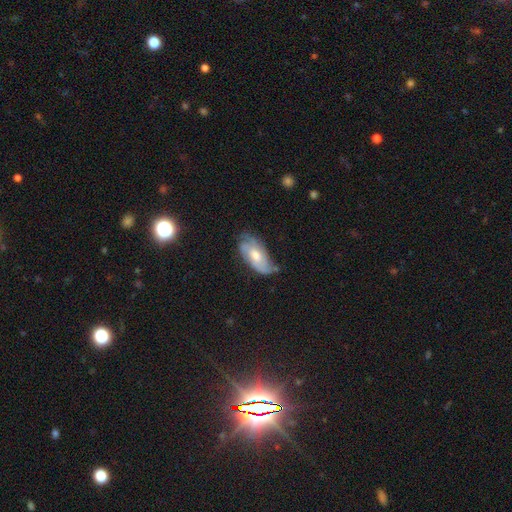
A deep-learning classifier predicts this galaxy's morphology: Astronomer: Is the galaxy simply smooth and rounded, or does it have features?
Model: featured or disk — 68%.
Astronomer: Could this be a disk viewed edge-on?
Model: no — 91%.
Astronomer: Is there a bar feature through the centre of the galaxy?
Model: no — 63%.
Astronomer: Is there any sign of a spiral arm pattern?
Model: yes — 88%.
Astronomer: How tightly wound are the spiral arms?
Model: tight — 42% (runner-up: medium, 39%).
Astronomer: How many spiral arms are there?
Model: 2 — 37% (runner-up: can't tell, 31%).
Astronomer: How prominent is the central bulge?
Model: moderate — 71%.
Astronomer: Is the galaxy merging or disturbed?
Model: none — 58%.